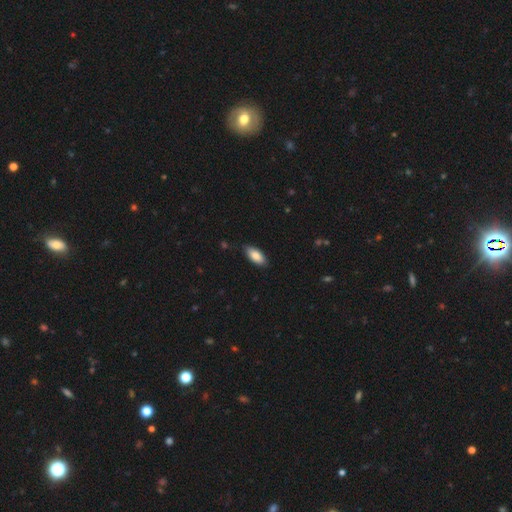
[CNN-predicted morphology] smooth_or_featured: smooth (p=0.85) [alt: featured or disk p=0.09]
how_rounded: in between (p=0.88) [alt: cigar-shaped p=0.10]
merging: none (p=0.85) [alt: minor disturbance p=0.12]